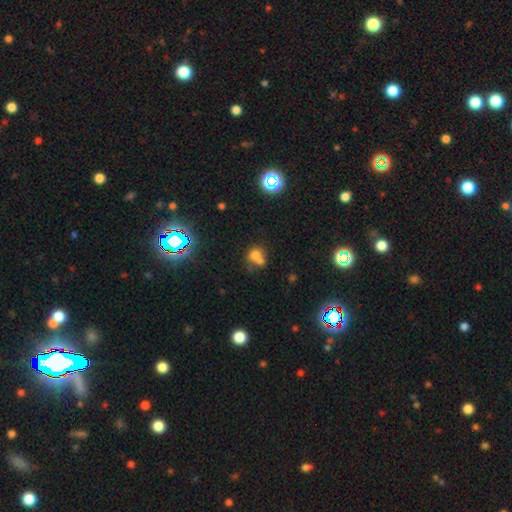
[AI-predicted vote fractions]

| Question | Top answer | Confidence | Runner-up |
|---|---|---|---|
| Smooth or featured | smooth | 66% | star or artifact (20%) |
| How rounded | round | 71% | in between (28%) |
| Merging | merger | 50% | none (35%) |